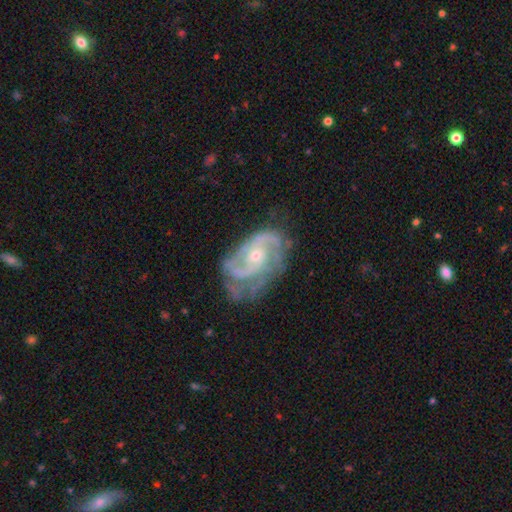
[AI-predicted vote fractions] Smooth or featured? Predicted: featured or disk (p=0.88). Edge-on disk? Predicted: no (p=0.97). Bar? Predicted: no (p=0.64). Spiral arms? Predicted: yes (p=0.96). Spiral winding? Predicted: medium (p=0.47). Spiral arm count? Predicted: 2 (p=0.53). Bulge size? Predicted: small (p=0.65). Merging? Predicted: none (p=0.55).